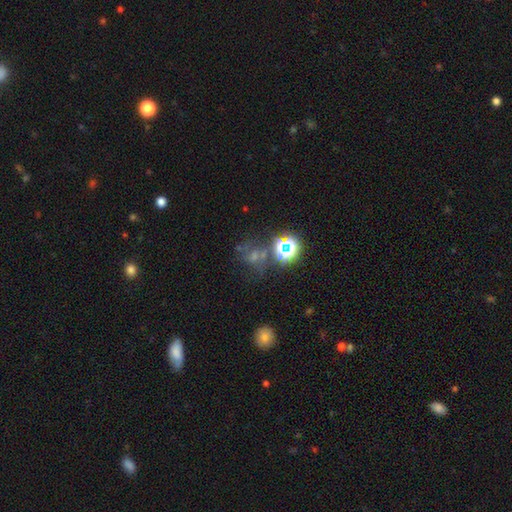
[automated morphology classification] smooth_or_featured: star or artifact (p=0.43) [alt: smooth p=0.37]